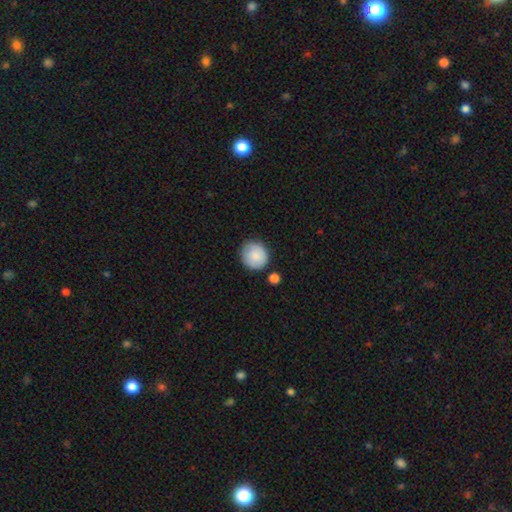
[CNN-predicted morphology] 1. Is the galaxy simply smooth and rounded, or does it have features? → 86% smooth, 7% star or artifact, 7% featured or disk.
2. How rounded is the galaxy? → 89% round, 10% in between, 1% cigar-shaped.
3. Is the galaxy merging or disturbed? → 80% none, 12% minor disturbance, 5% merger, 3% major disturbance.